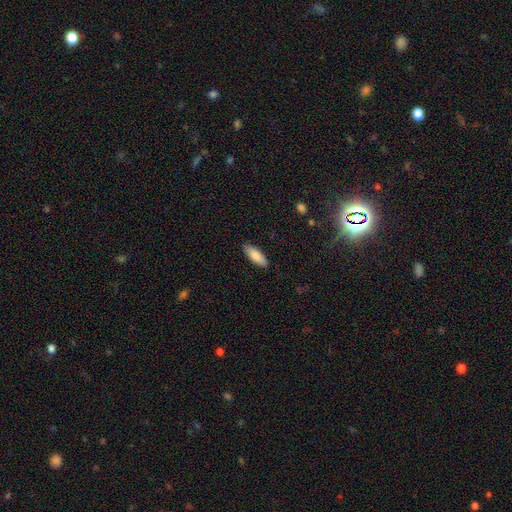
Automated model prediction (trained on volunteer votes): Smooth or featured?
  - smooth: 86% *
  - featured or disk: 9%
  - star or artifact: 6%
How rounded?
  - in between: 67% *
  - cigar-shaped: 31%
  - round: 2%
Merging?
  - none: 86% *
  - minor disturbance: 11%
  - major disturbance: 2%
  - merger: 1%